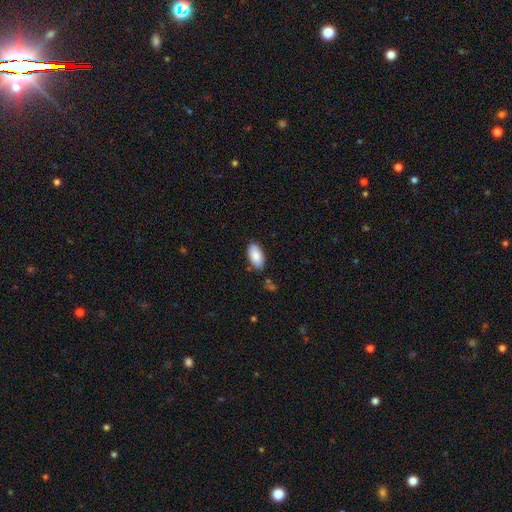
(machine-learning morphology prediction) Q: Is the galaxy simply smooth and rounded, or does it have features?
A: smooth — 88%.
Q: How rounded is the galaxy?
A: in between — 93%.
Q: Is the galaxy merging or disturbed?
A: none — 83%.